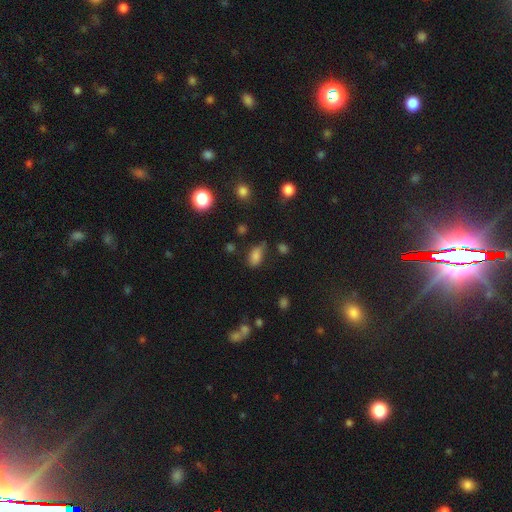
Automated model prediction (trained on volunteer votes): smooth_or_featured: smooth (p=0.77) [alt: star or artifact p=0.14]
how_rounded: in between (p=0.87) [alt: round p=0.09]
merging: none (p=0.50) [alt: minor disturbance p=0.33]